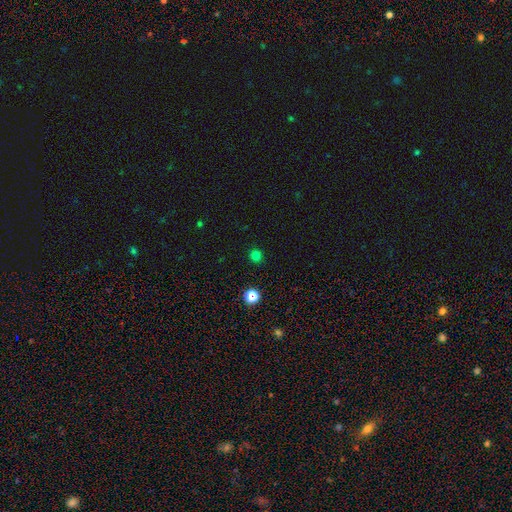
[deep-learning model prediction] Smooth or featured: smooth — 77% (star or artifact — 19%)
How rounded: round — 92% (in between — 7%)
Merging: none — 91% (minor disturbance — 6%)